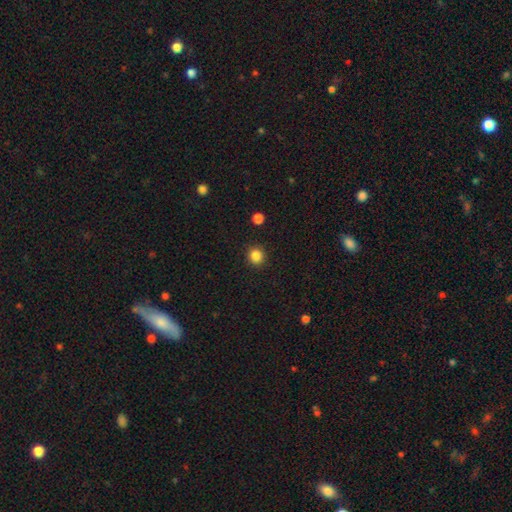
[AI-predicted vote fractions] A smooth galaxy with no disk features (85%) that is round (89%).

Vote fractions:
- Smooth or featured? smooth: 85% / star or artifact: 11% / featured or disk: 4%
- How rounded? round: 89% / in between: 10% / cigar-shaped: 1%
- Merging? none: 91% / minor disturbance: 6% / major disturbance: 2% / merger: 1%